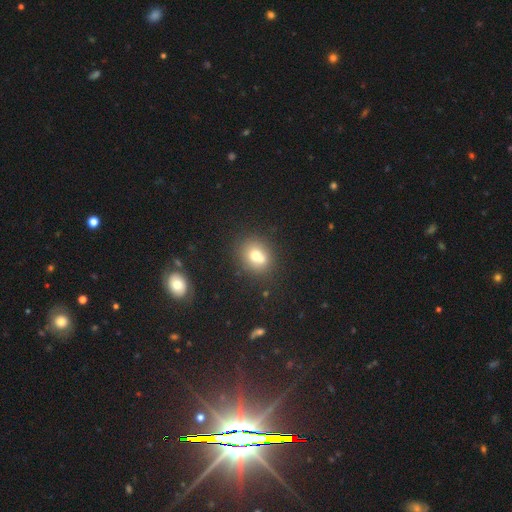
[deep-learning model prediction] Smooth or featured? Predicted: smooth (p=0.69). How rounded? Predicted: round (p=0.66). Merging? Predicted: none (p=0.55).